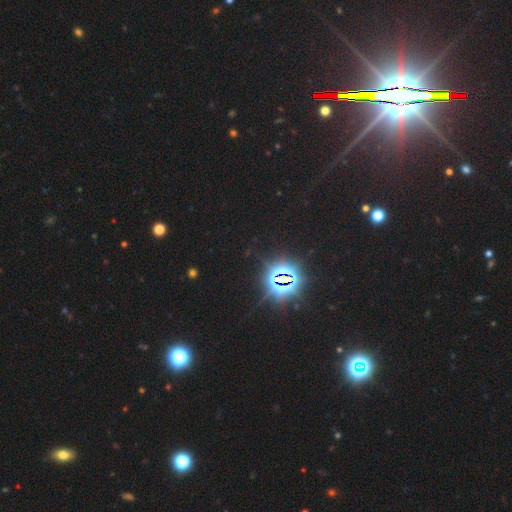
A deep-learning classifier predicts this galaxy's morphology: Smooth or featured?
  - star or artifact: 83% *
  - smooth: 10%
  - featured or disk: 7%